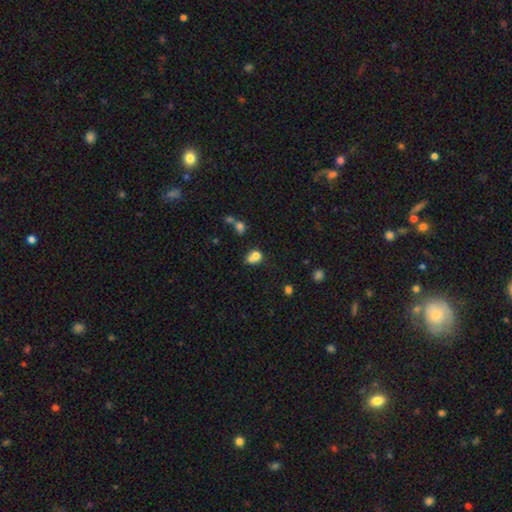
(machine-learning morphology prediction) This appears to be a smooth galaxy with no disk features (74%) that is round (50%). Merging: merger (47%).